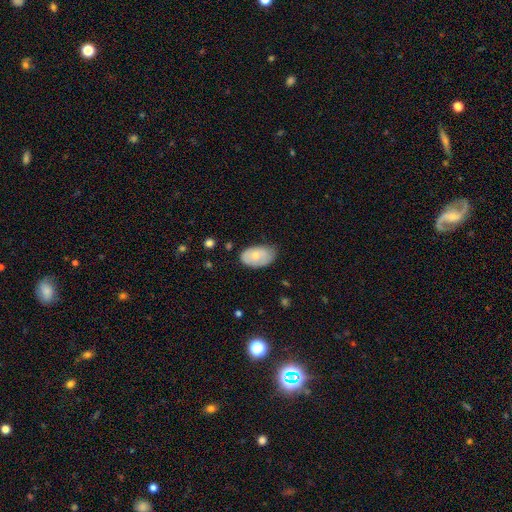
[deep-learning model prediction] smooth-or-featured: smooth: 70% | featured or disk: 24% | star or artifact: 6%
  how-rounded: in between: 92% | round: 7% | cigar-shaped: 1%
  merging: none: 61% | minor disturbance: 31% | major disturbance: 6% | merger: 1%